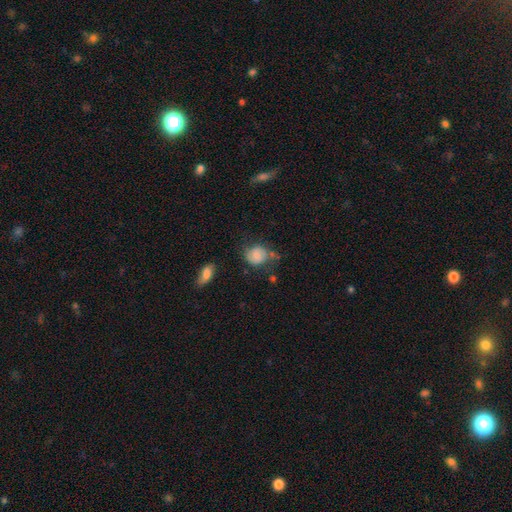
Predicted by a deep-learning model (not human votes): Smooth or featured?
  - smooth: 66% *
  - featured or disk: 25%
  - star or artifact: 9%
How rounded?
  - round: 69% *
  - in between: 30%
  - cigar-shaped: 1%
Merging?
  - none: 53% *
  - minor disturbance: 28%
  - major disturbance: 11%
  - merger: 7%